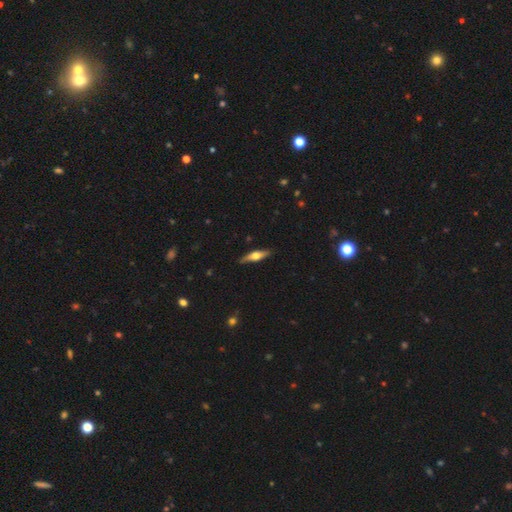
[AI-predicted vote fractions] smooth_or_featured: featured or disk (p=0.59) [alt: smooth p=0.35]
disk_edge_on: yes (p=0.94) [alt: no p=0.06]
edge_on_bulge: rounded (p=0.93) [alt: boxy p=0.05]
merging: none (p=0.86) [alt: minor disturbance p=0.10]